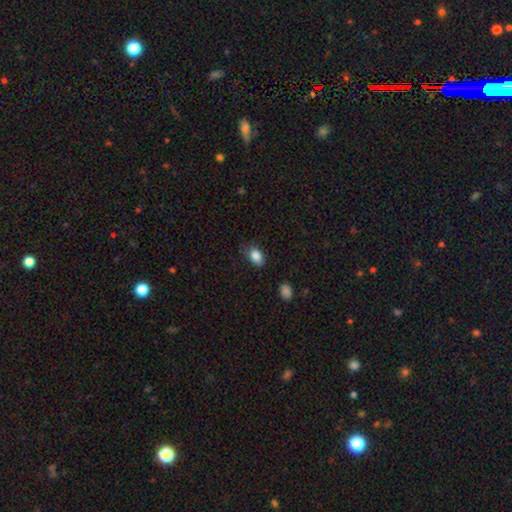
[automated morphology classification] Q: Smooth or featured?
A: smooth (86%); runner-up: star or artifact (8%)
Q: How rounded?
A: in between (86%); runner-up: round (12%)
Q: Merging?
A: none (73%); runner-up: minor disturbance (21%)